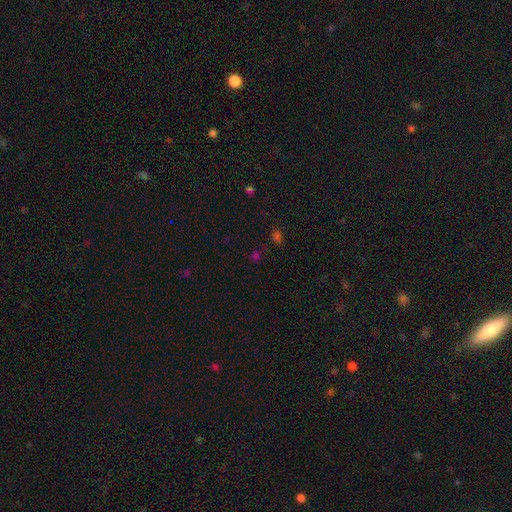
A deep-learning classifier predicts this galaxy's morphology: Smooth or featured: smooth — 49% (star or artifact — 45%)
Merging: none — 74% (minor disturbance — 13%)